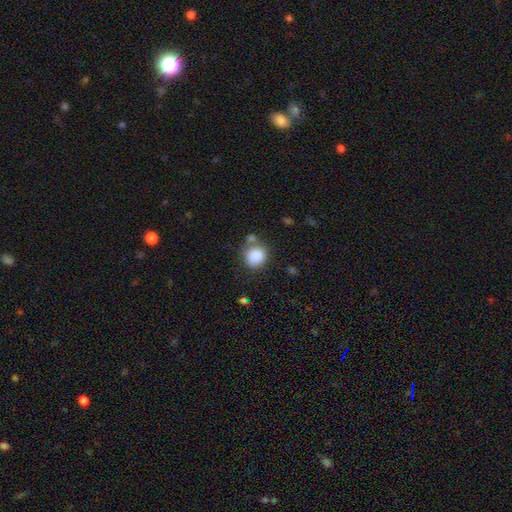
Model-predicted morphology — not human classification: This is clearly a smooth galaxy (86%). How rounded: clearly round (81%). Merging: likely none (65%).